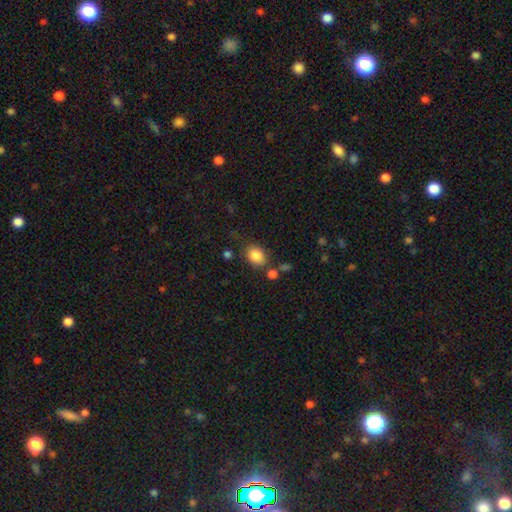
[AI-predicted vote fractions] Q: Smooth or featured?
A: smooth (84%); runner-up: star or artifact (9%)
Q: How rounded?
A: in between (55%); runner-up: round (44%)
Q: Merging?
A: none (69%); runner-up: minor disturbance (16%)